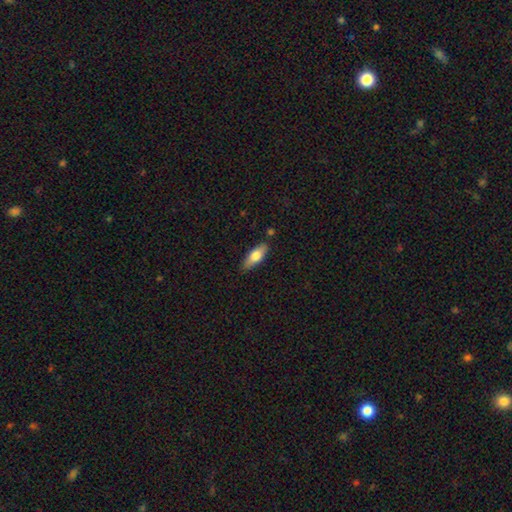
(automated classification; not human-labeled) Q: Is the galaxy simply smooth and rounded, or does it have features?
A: smooth — 67%.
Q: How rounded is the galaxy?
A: in between — 69%.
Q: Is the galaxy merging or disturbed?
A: none — 84%.